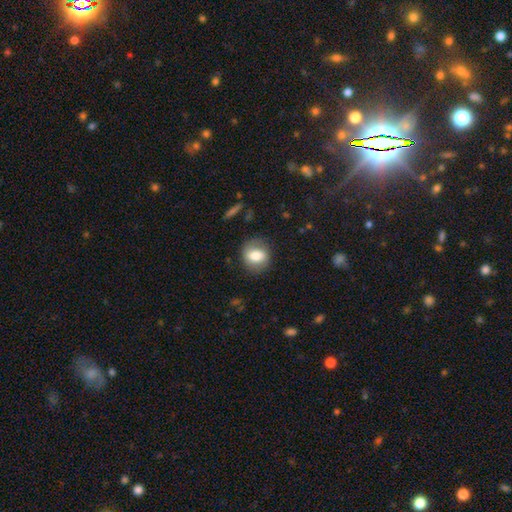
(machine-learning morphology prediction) Smooth or featured?
  - smooth: 69% *
  - featured or disk: 23%
  - star or artifact: 8%
How rounded?
  - round: 67% *
  - in between: 32%
  - cigar-shaped: 1%
Merging?
  - none: 80% *
  - minor disturbance: 14%
  - major disturbance: 5%
  - merger: 1%